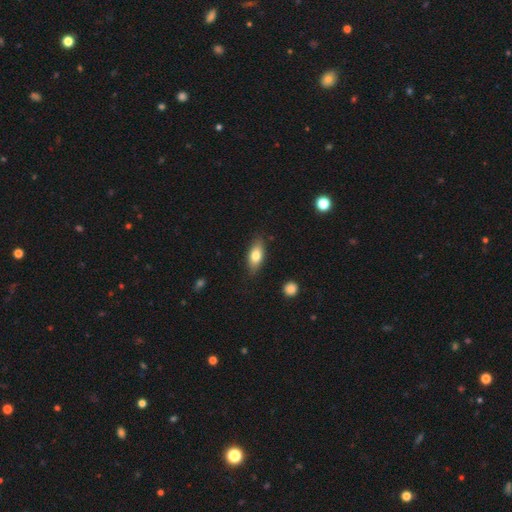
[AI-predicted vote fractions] The model was most divided on "smooth or featured": smooth: 74%, featured or disk: 20%, star or artifact: 7%. More confident: merging — none (82%); how rounded — in between (80%).